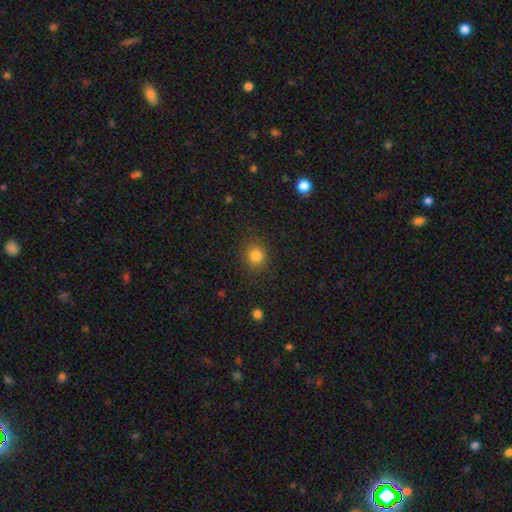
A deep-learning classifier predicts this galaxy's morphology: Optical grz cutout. It shows a smooth galaxy with no disk features (84%) that is round (85%). Merging: none (88%).